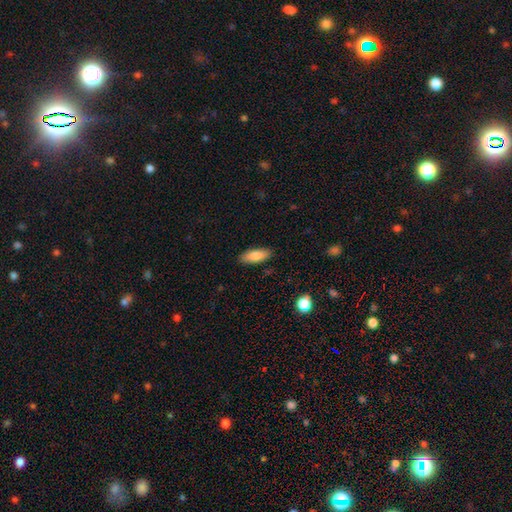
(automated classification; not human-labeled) The model was most divided on "how rounded": in between: 74%, cigar-shaped: 24%, round: 2%. More confident: merging — none (88%); smooth or featured — smooth (84%).